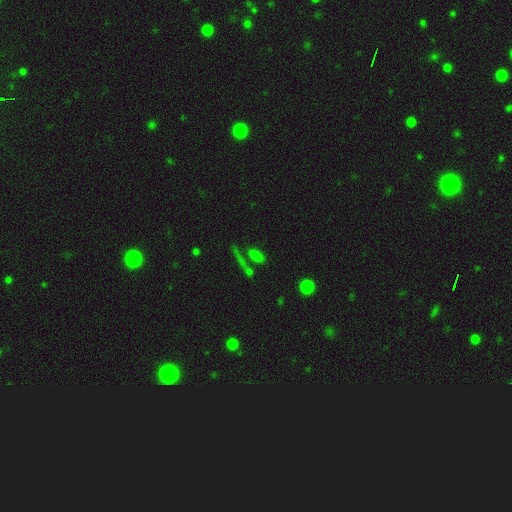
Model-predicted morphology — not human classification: Smooth or featured? Predicted: smooth (p=0.61). How rounded? Predicted: in between (p=0.65). Merging? Predicted: none (p=0.58).